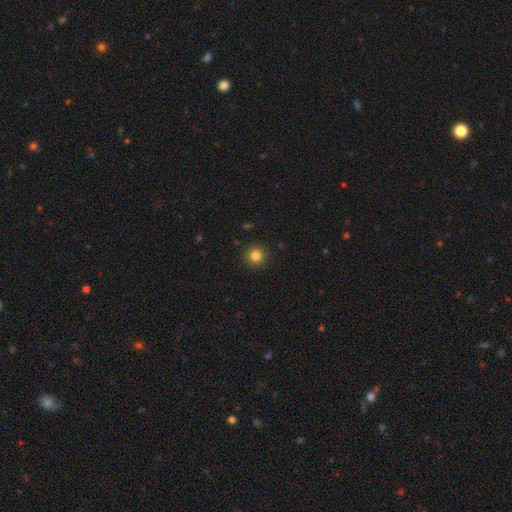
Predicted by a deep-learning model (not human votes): Q: Smooth or featured?
A: smooth (82%); runner-up: star or artifact (12%)
Q: How rounded?
A: round (94%); runner-up: in between (5%)
Q: Merging?
A: none (91%); runner-up: minor disturbance (6%)